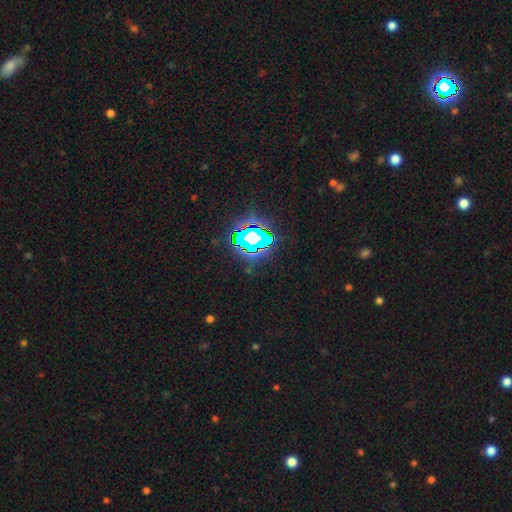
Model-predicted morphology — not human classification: This appears to be a star or artifact, not a galaxy (84%).